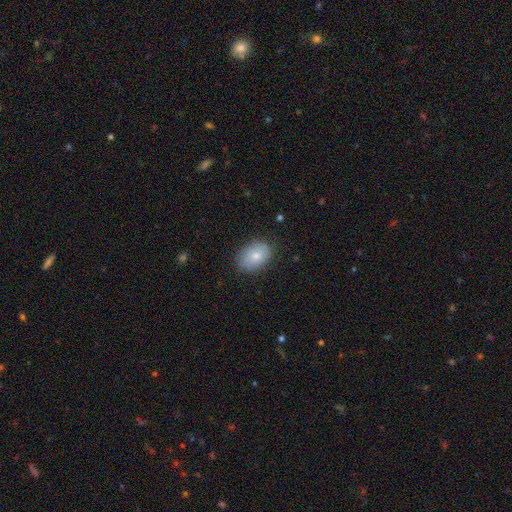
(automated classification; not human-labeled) Smooth or featured? smooth (80%)
How rounded? in between (80%)
Merging? none (83%)